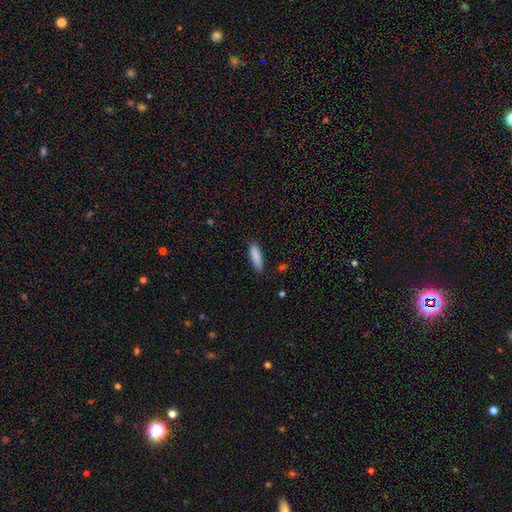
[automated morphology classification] A smooth galaxy with no disk features (88%) that is cigar-shaped (57%). Merging: none (84%).